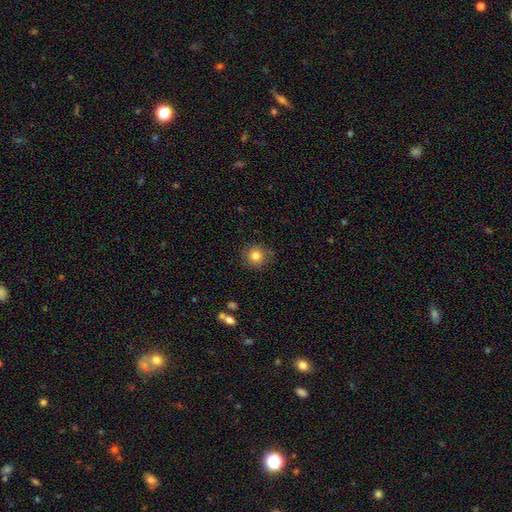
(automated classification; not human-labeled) smooth_or_featured: smooth (p=0.82) [alt: star or artifact p=0.10]
how_rounded: round (p=0.92) [alt: in between p=0.07]
merging: none (p=0.84) [alt: minor disturbance p=0.11]